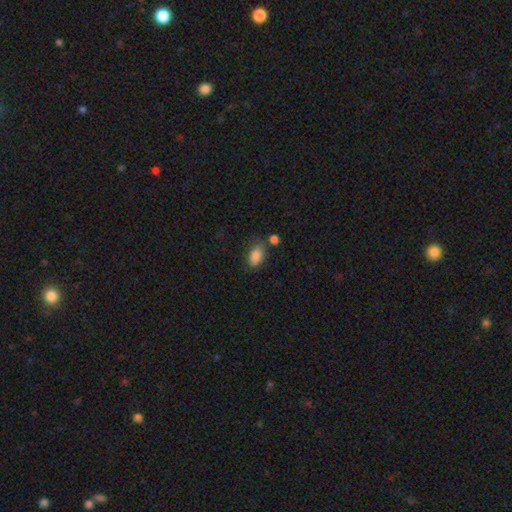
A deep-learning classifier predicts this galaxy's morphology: Smooth or featured?
  - smooth: 86% *
  - star or artifact: 8%
  - featured or disk: 5%
How rounded?
  - in between: 91% *
  - round: 7%
  - cigar-shaped: 2%
Merging?
  - none: 63% *
  - minor disturbance: 20%
  - merger: 11%
  - major disturbance: 6%